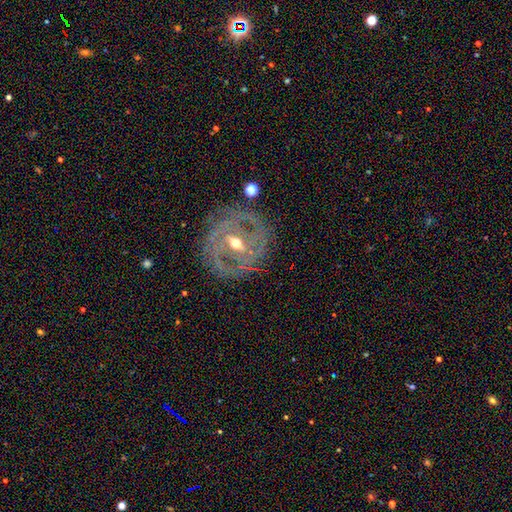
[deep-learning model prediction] Smooth or featured? featured or disk (78%)
Edge-on disk? no (95%)
Bar? weak (39%)
Spiral arms? yes (73%)
Spiral winding? tight (67%)
Spiral arm count? 2 (42%)
Bulge size? moderate (54%)
Merging? none (81%)